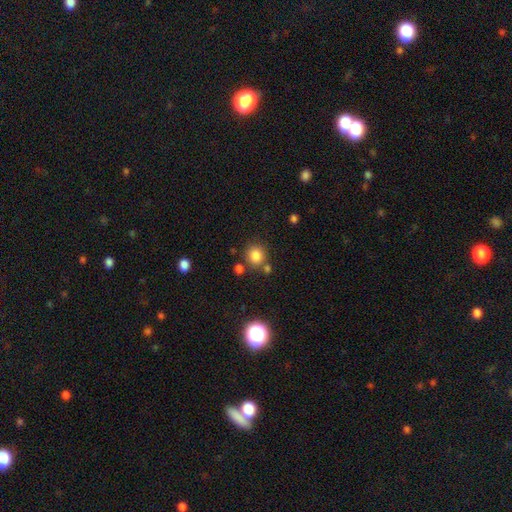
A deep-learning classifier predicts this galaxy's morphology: This is clearly a smooth galaxy (82%). How rounded: clearly round (86%). Merging: likely none (75%).